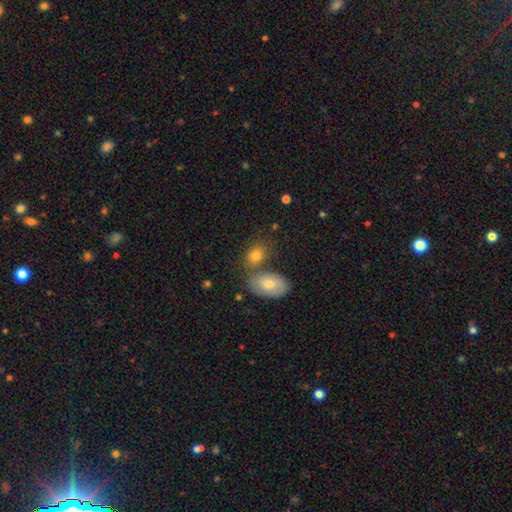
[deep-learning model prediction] Smooth or featured? smooth (79%)
How rounded? in between (78%)
Merging? none (49%)